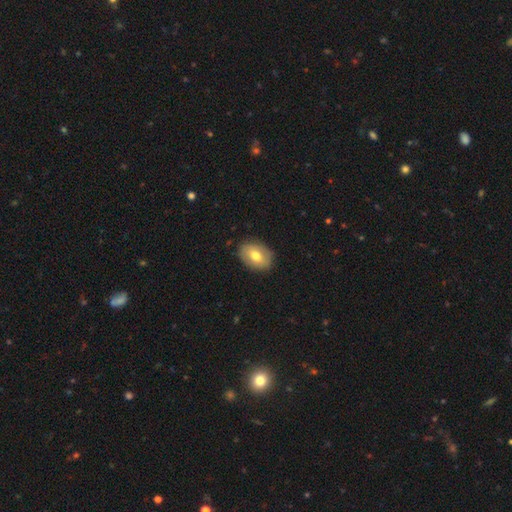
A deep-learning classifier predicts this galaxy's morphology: Q: Smooth or featured?
A: smooth (66%); runner-up: featured or disk (28%)
Q: How rounded?
A: in between (77%); runner-up: round (22%)
Q: Merging?
A: none (85%); runner-up: minor disturbance (11%)